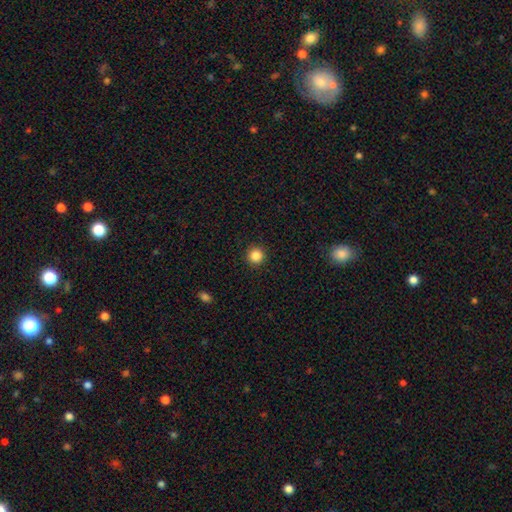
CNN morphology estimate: Smooth or featured? Predicted: smooth (p=0.85). How rounded? Predicted: round (p=0.95). Merging? Predicted: none (p=0.93).